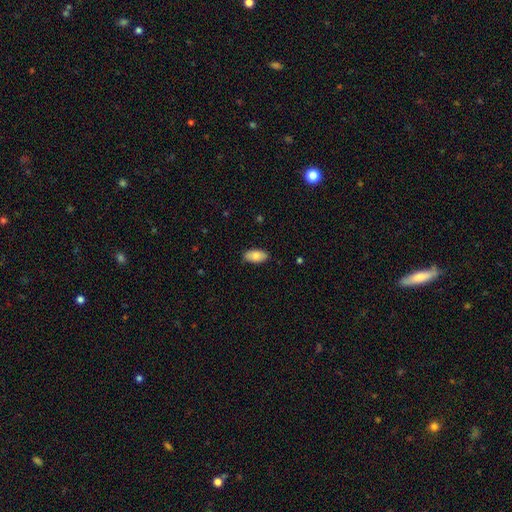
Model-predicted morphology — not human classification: Q: Smooth or featured?
A: smooth (83%); runner-up: featured or disk (11%)
Q: How rounded?
A: in between (93%); runner-up: cigar-shaped (5%)
Q: Merging?
A: none (86%); runner-up: minor disturbance (11%)